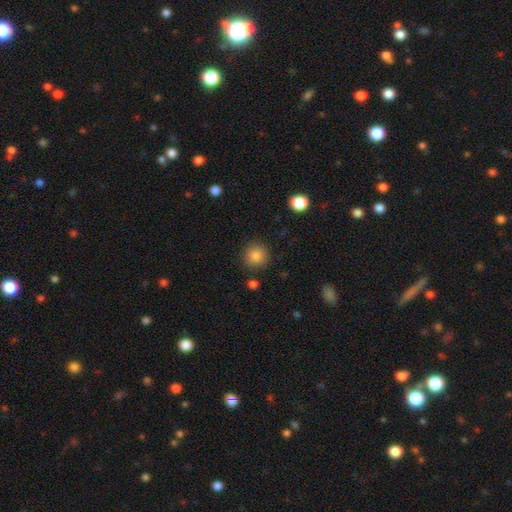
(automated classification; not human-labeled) This appears to be a smooth galaxy with no disk features (86%) that is round (92%). Merging: none (88%).